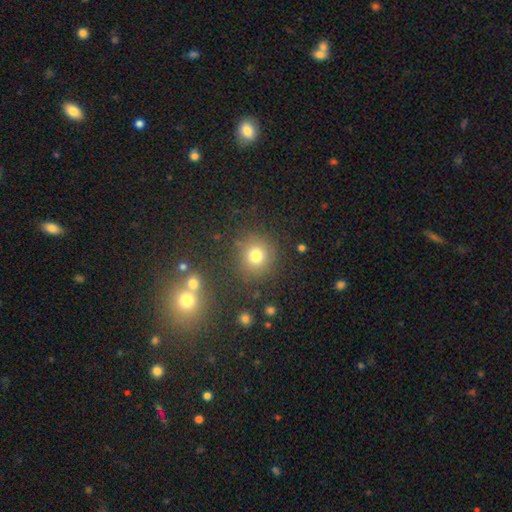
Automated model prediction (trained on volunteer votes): The model was most divided on "smooth or featured": smooth: 75%, star or artifact: 17%, featured or disk: 8%. More confident: how rounded — round (89%); merging — none (82%).